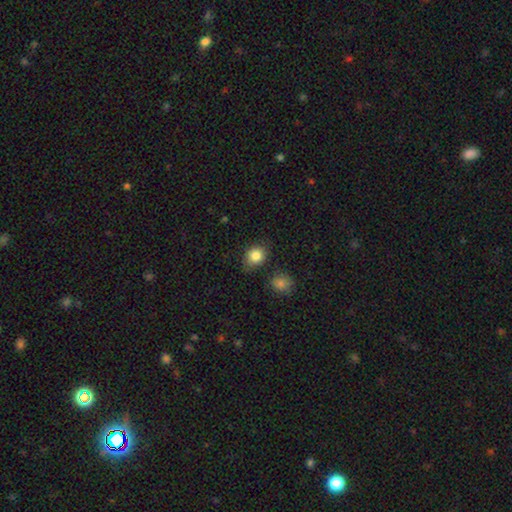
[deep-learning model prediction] Q: Smooth or featured?
A: smooth (84%); runner-up: star or artifact (10%)
Q: How rounded?
A: round (64%); runner-up: in between (35%)
Q: Merging?
A: none (73%); runner-up: minor disturbance (18%)